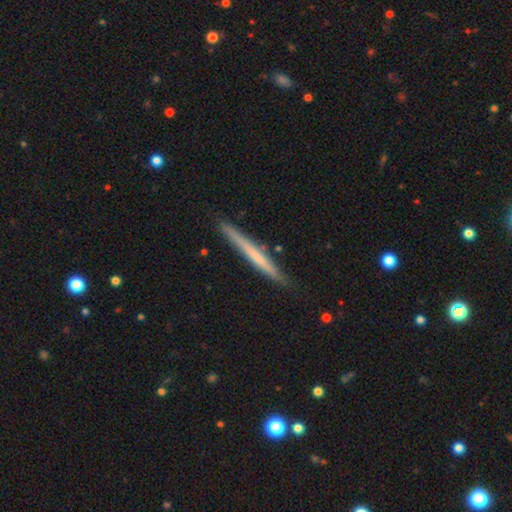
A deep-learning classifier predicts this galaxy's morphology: Q: Smooth or featured?
A: featured or disk (48%); runner-up: smooth (46%)
Q: Merging?
A: none (88%); runner-up: minor disturbance (9%)